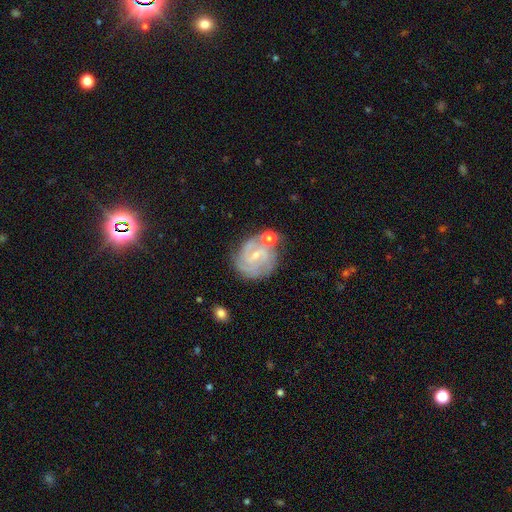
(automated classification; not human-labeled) A featured or disk galaxy (84%) with a weak bar (51%), 2 (32%) tight (59%) spiral arms (96%) and a small central bulge (72%).

Vote fractions:
- Smooth or featured? featured or disk: 84% / smooth: 10% / star or artifact: 6%
- Edge-on disk? no: 98% / yes: 2%
- Bar? weak: 51% / no: 36% / strong: 13%
- Spiral arms? yes: 96% / no: 4%
- Spiral winding? tight: 59% / medium: 34% / loose: 7%
- Spiral arm count? 2: 32% / 3: 31% / can't tell: 19% / 4: 9% / 1: 4% / more than 4: 4%
- Bulge size? small: 72% / moderate: 22% / none: 4% / large: 1% / dominant: 1%
- Merging? none: 59% / minor disturbance: 19% / merger: 15% / major disturbance: 7%